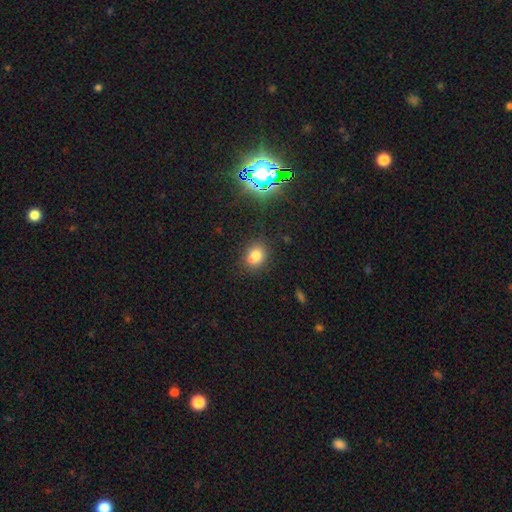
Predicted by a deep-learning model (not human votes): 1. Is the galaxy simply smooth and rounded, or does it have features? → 78% smooth, 15% star or artifact, 8% featured or disk.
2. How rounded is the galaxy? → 51% round, 48% in between, 1% cigar-shaped.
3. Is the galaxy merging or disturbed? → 76% none, 15% minor disturbance, 5% merger, 4% major disturbance.